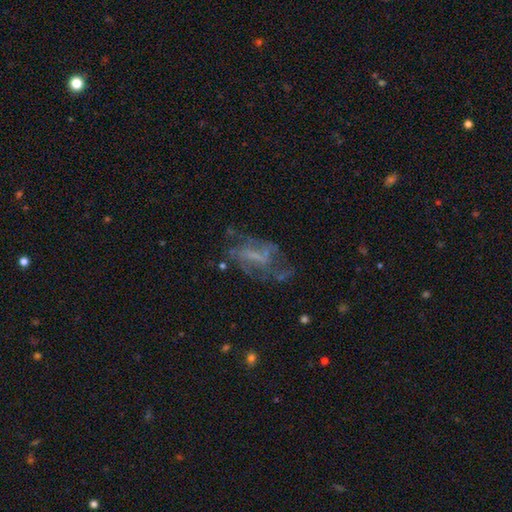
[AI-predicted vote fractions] Morphology: type=featured or disk (66%); edge-on=no (94%); bar=weak (40%); spiral arms=yes (60%); bulge=none (50%); merging=none (45%).